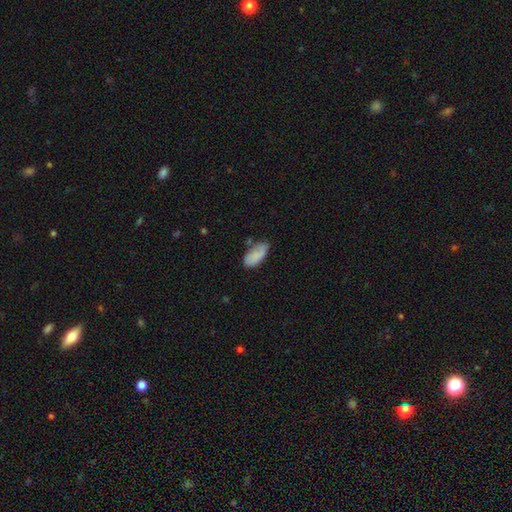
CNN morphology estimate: Overall: smooth (80%). How rounded: in between (91%). Merging: none (59%; minor disturbance 28%).